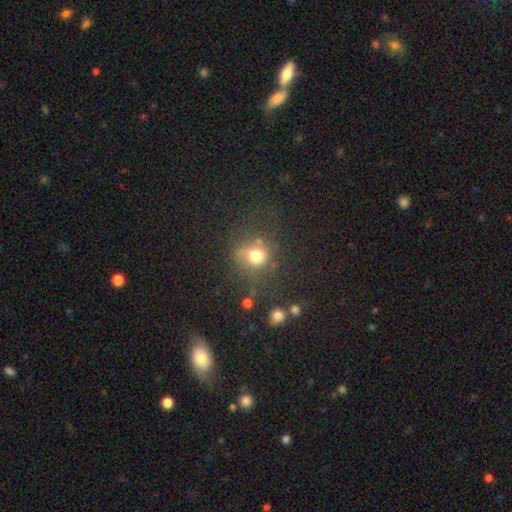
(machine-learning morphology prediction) Overall: smooth (70%). How rounded: round (81%). Merging: none (60%).